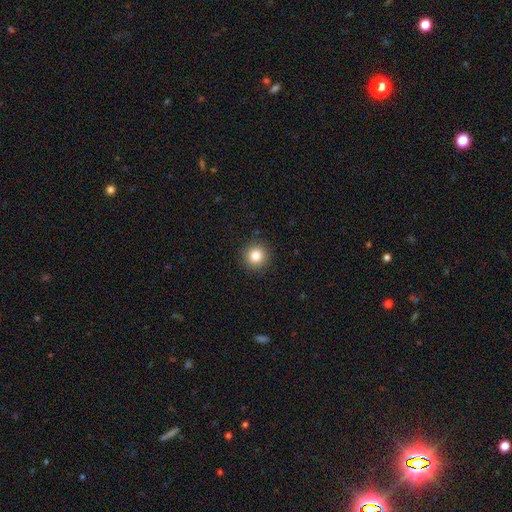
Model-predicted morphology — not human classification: A smooth galaxy with no disk features (83%) that is round (94%).

Vote fractions:
- Smooth or featured? smooth: 83% / star or artifact: 11% / featured or disk: 6%
- How rounded? round: 94% / in between: 5% / cigar-shaped: 1%
- Merging? none: 92% / minor disturbance: 5% / major disturbance: 2% / merger: 1%